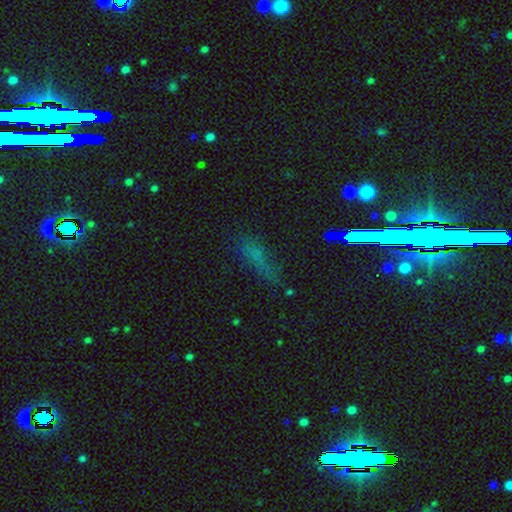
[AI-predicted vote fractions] Q: Smooth or featured?
A: smooth (43%); runner-up: star or artifact (37%)
Q: Merging?
A: none (57%); runner-up: minor disturbance (23%)